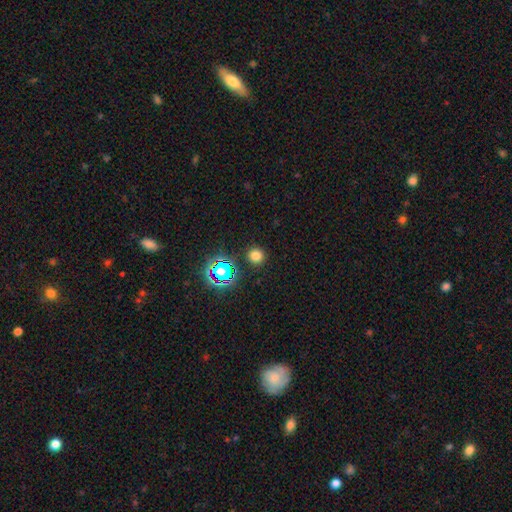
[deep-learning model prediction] Morphology: type=smooth (73%); roundness=round (91%); merging=none (89%).